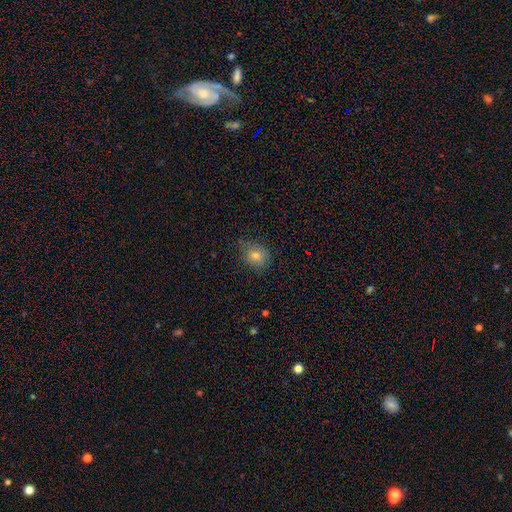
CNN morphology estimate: smooth-or-featured: smooth: 73% | star or artifact: 14% | featured or disk: 12%
  how-rounded: round: 71% | in between: 28% | cigar-shaped: 1%
  merging: none: 71% | minor disturbance: 22% | major disturbance: 6% | merger: 1%